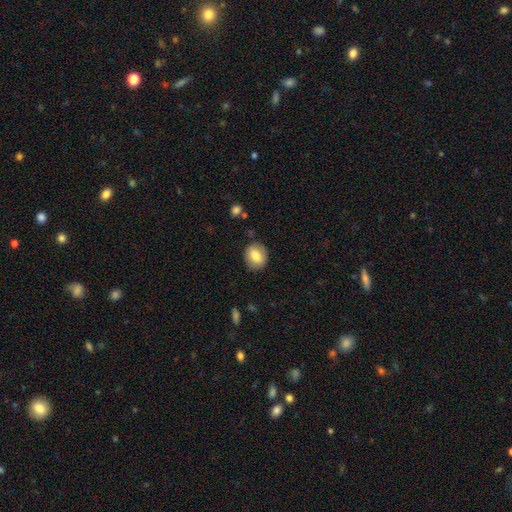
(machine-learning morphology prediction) smooth 78%, featured or disk 15%, star or artifact 8%. Down the decision tree: how rounded — round (55%); merging — none (85%).